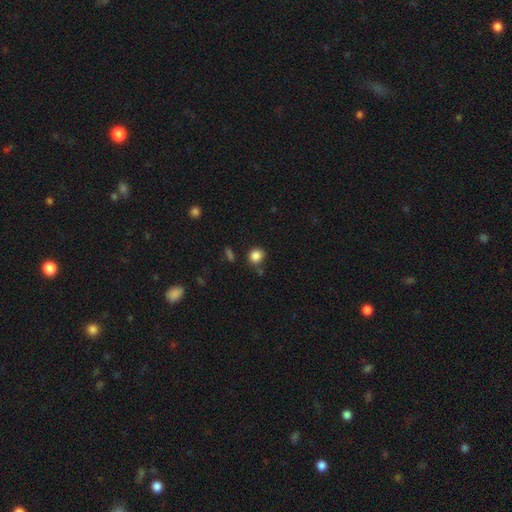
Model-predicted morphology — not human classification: This is clearly a smooth galaxy (85%). How rounded: clearly round (81%). Merging: likely none (78%).